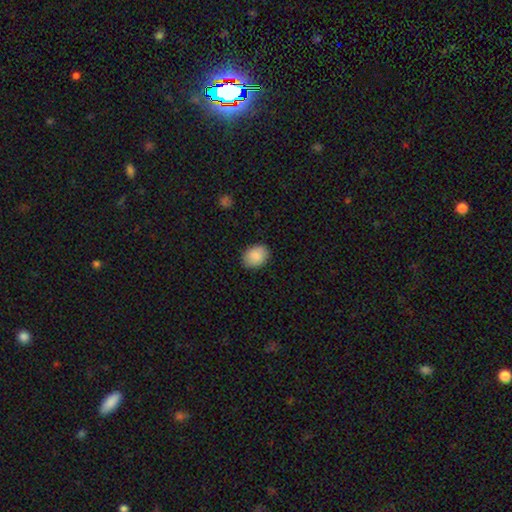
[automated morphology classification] smooth_or_featured: smooth (p=0.88) [alt: star or artifact p=0.07]
how_rounded: in between (p=0.69) [alt: round p=0.30]
merging: none (p=0.87) [alt: minor disturbance p=0.10]